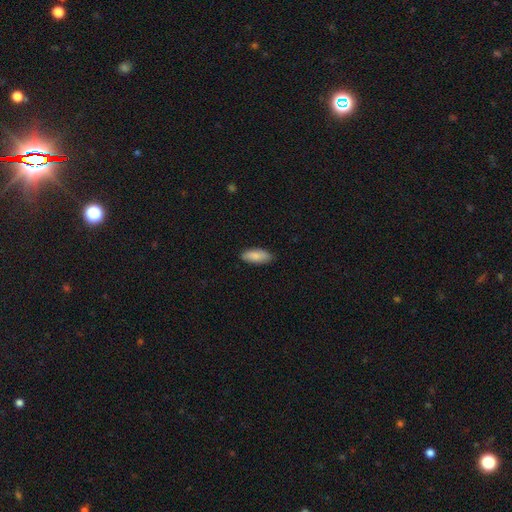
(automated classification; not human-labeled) This is clearly a smooth galaxy (86%). How rounded: clearly in between (83%). Merging: clearly none (86%).